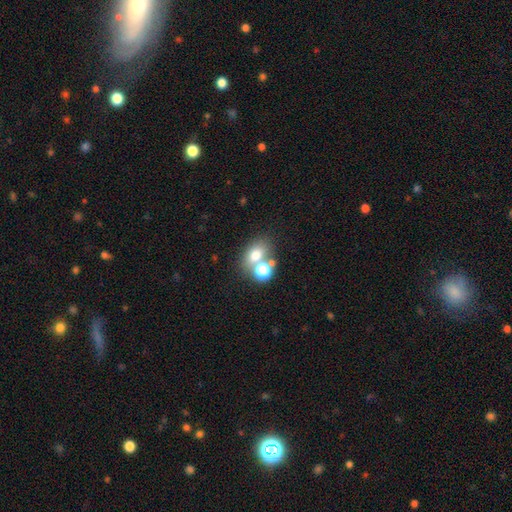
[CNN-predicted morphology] smooth_or_featured: smooth (p=0.69) [alt: star or artifact p=0.16]
how_rounded: in between (p=0.58) [alt: round p=0.41]
merging: none (p=0.50) [alt: merger p=0.35]